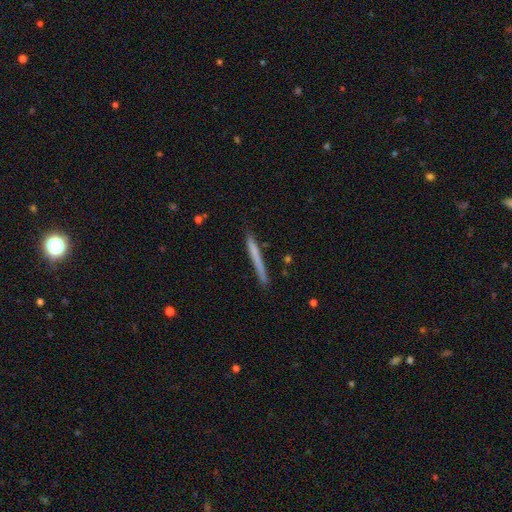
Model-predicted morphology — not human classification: The model was most divided on "smooth or featured": smooth: 61%, featured or disk: 33%, star or artifact: 6%. More confident: how rounded — cigar-shaped (97%); merging — none (87%).